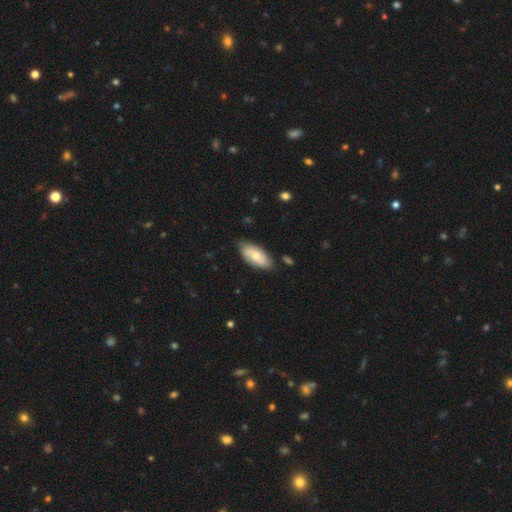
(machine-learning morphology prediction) A smooth galaxy with no disk features (58%) that is in between round and cigar-shaped (90%). Merging: none (76%).